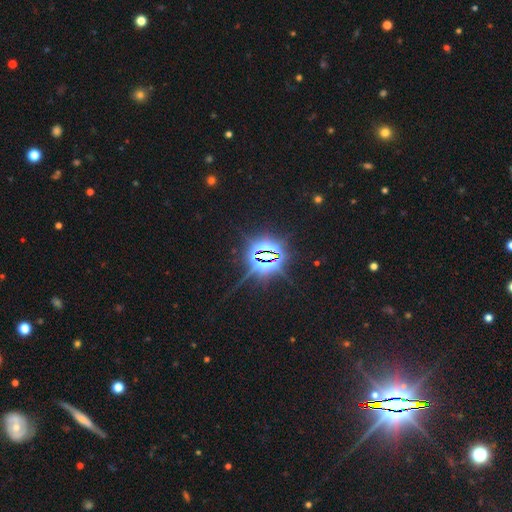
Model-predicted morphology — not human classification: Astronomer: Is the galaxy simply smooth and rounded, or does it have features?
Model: star or artifact — 86%.